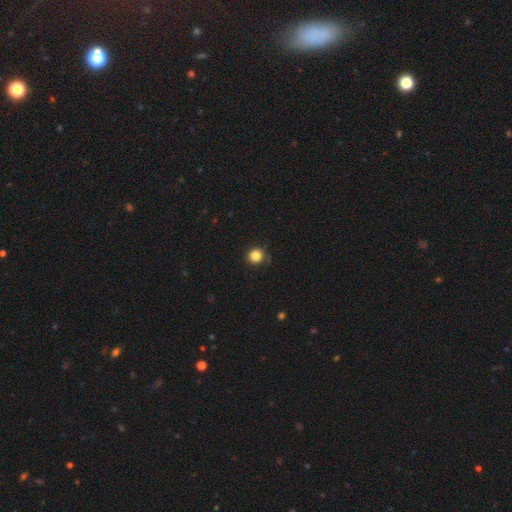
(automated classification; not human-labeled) Smooth or featured?
  - smooth: 85% *
  - star or artifact: 11%
  - featured or disk: 4%
How rounded?
  - round: 93% *
  - in between: 6%
  - cigar-shaped: 1%
Merging?
  - none: 83% *
  - minor disturbance: 13%
  - major disturbance: 3%
  - merger: 1%